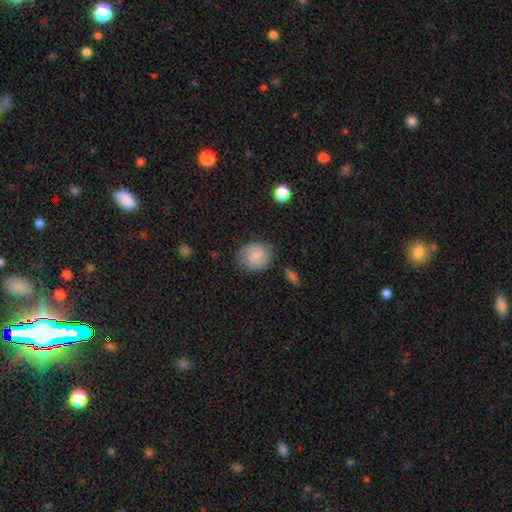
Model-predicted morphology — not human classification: smooth 78%, featured or disk 14%, star or artifact 8%. Down the decision tree: how rounded — round (76%); merging — none (75%).